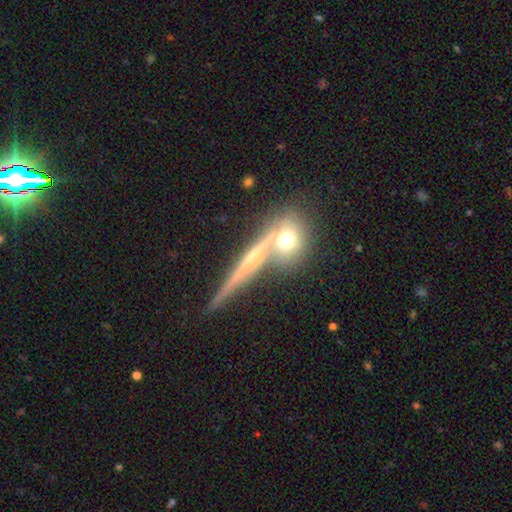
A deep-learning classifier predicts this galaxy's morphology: This is likely a featured or disk galaxy (61%). It is clearly viewed edge-on (90%). Edge-on bulge: possibly none (47%). Merging: likely none (67%).